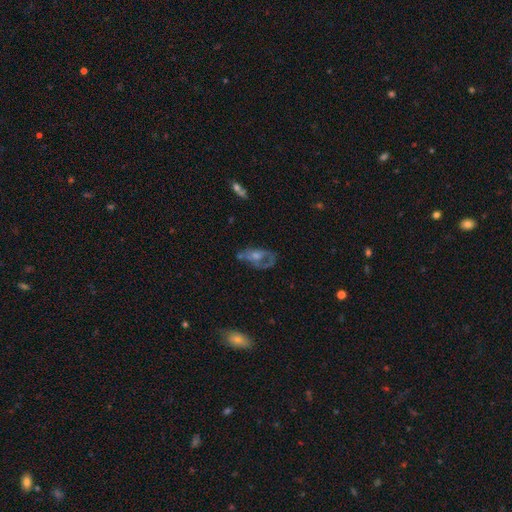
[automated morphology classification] Smooth or featured: featured or disk — 64% (smooth — 24%)
Edge-on disk: no — 91% (yes — 9%)
Bar: no — 75% (weak — 20%)
Spiral arms: no — 53% (yes — 47%)
Bulge size: moderate — 51% (small — 34%)
Merging: none — 50% (minor disturbance — 22%)